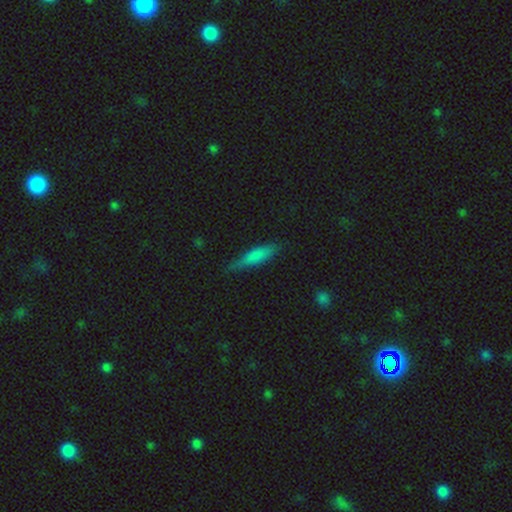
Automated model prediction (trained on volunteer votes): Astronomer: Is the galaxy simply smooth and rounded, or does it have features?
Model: smooth — 75%.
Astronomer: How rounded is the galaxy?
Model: cigar-shaped — 71%.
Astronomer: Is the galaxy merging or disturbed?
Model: none — 70%.